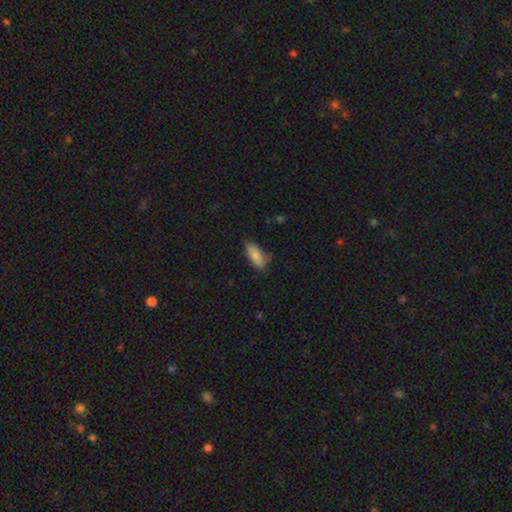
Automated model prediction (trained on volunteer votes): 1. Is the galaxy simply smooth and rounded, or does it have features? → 86% smooth, 8% featured or disk, 7% star or artifact.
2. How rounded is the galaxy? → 81% in between, 17% cigar-shaped, 2% round.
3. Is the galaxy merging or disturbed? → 67% none, 26% minor disturbance, 5% major disturbance, 2% merger.